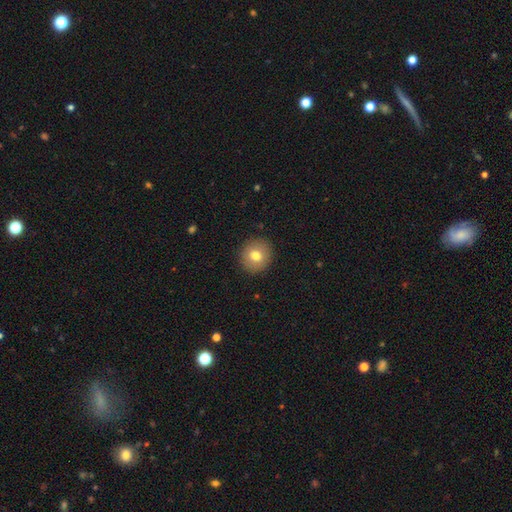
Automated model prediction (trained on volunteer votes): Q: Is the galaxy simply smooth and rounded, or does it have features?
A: smooth — 75%.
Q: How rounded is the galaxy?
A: round — 92%.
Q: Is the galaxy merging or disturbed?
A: none — 91%.